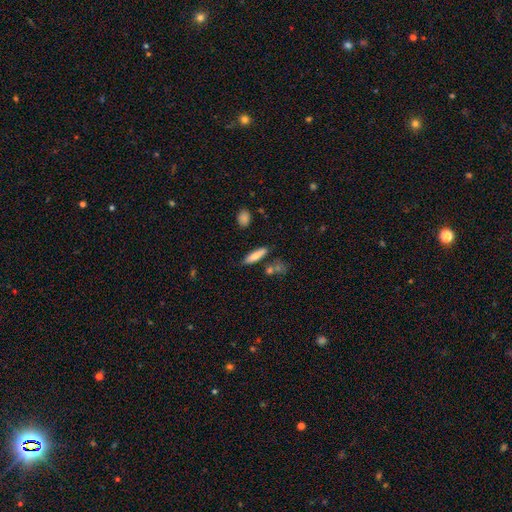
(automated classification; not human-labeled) Morphology: type=smooth (73%); roundness=cigar-shaped (70%); merging=none (76%).